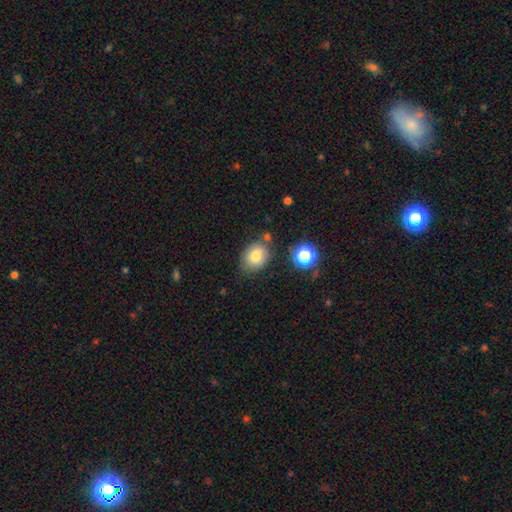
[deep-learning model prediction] Smooth or featured? Predicted: smooth (p=0.78). How rounded? Predicted: in between (p=0.50). Merging? Predicted: none (p=0.69).